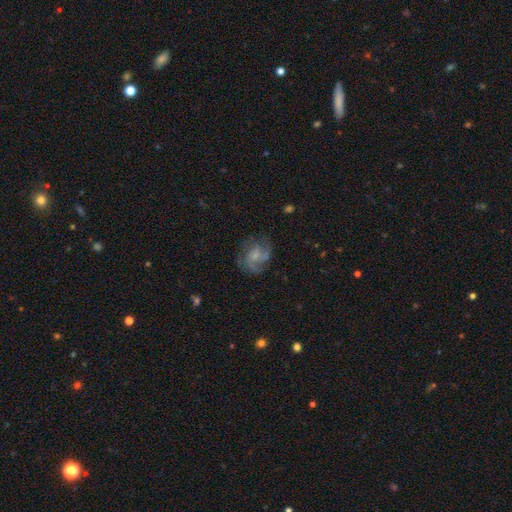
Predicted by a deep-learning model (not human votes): smooth_or_featured: featured or disk (p=0.63) [alt: smooth p=0.28]
disk_edge_on: no (p=0.98) [alt: yes p=0.02]
bar: no (p=0.67) [alt: weak p=0.29]
has_spiral_arms: yes (p=0.85) [alt: no p=0.15]
spiral_winding: medium (p=0.47) [alt: tight p=0.30]
spiral_arm_count: 3 (p=0.30) [alt: 2 p=0.26]
bulge_size: small (p=0.48) [alt: moderate p=0.25]
merging: none (p=0.60) [alt: minor disturbance p=0.21]